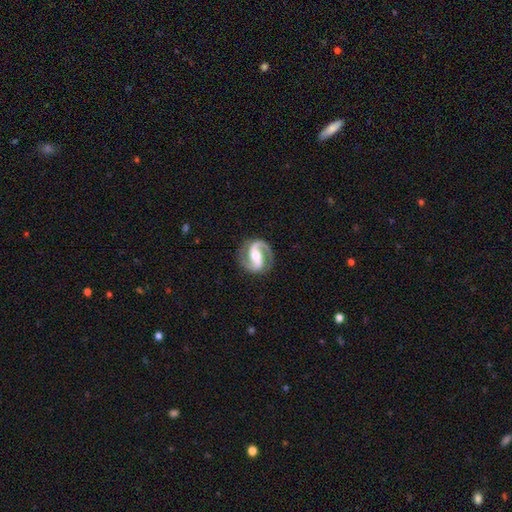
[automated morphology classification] This appears to be a featured or disk galaxy (92%) with a strong bar (49%), 2 (93%) medium (59%) spiral arms (98%) and a moderate central bulge (63%). Merging: none (85%).